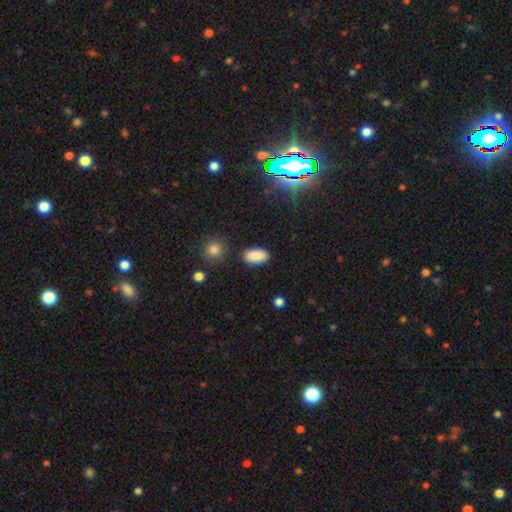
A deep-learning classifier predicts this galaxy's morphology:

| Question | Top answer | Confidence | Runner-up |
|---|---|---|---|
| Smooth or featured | smooth | 87% | star or artifact (8%) |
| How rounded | in between | 93% | round (3%) |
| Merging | none | 86% | minor disturbance (9%) |